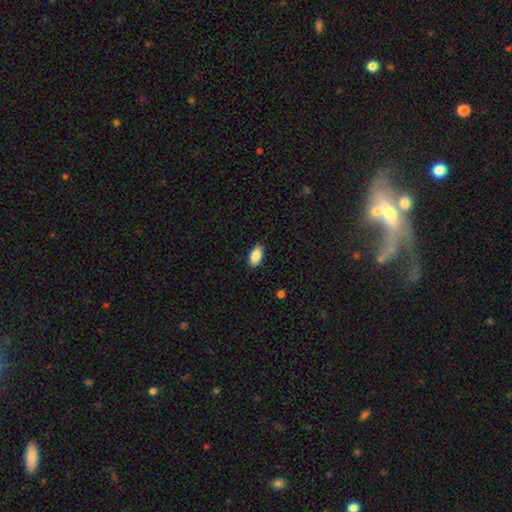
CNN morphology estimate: smooth 89%, star or artifact 7%, featured or disk 4%. Down the decision tree: how rounded — in between (93%); merging — none (88%).